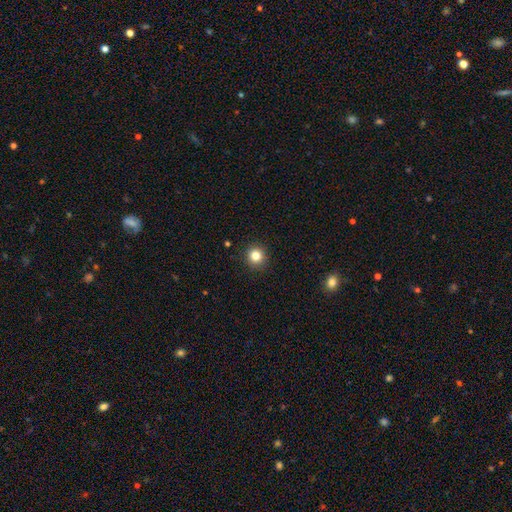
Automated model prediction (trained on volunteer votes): A smooth galaxy with no disk features (83%) that is round (93%).

Vote fractions:
- Smooth or featured? smooth: 83% / star or artifact: 12% / featured or disk: 5%
- How rounded? round: 93% / in between: 7% / cigar-shaped: 1%
- Merging? none: 92% / minor disturbance: 5% / major disturbance: 2% / merger: 1%